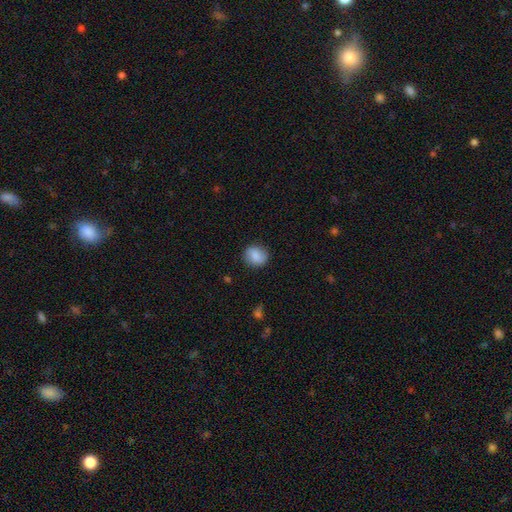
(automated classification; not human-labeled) Overall: smooth (74%). How rounded: round (75%). Merging: none (84%).